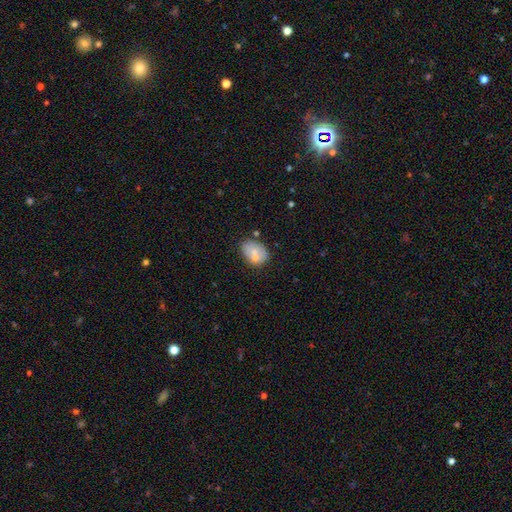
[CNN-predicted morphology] This appears to be a smooth galaxy with no disk features (69%) that is in between round and cigar-shaped (73%). Merging: none (51%).